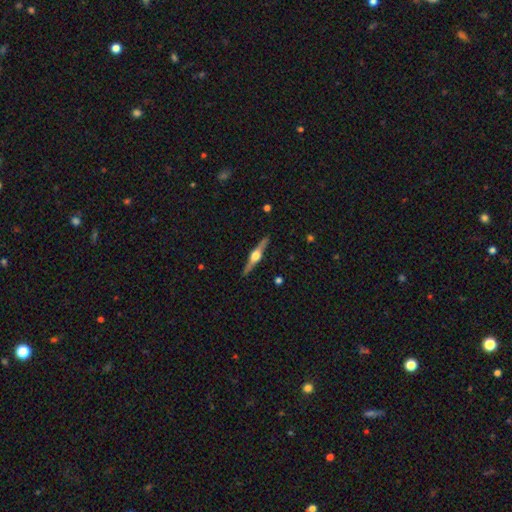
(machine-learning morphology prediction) This appears to be a featured or disk galaxy (79%) viewed edge-on (98%) with a rounded central bulge (94%). Merging: none (91%).